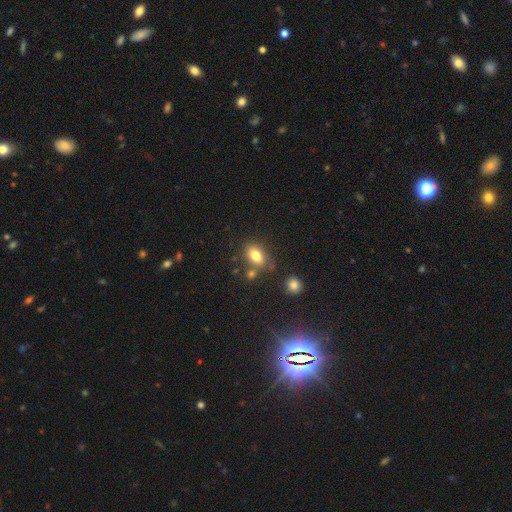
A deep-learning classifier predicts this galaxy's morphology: smooth 79%, featured or disk 11%, star or artifact 10%. Down the decision tree: how rounded — in between (81%); merging — none (67%).